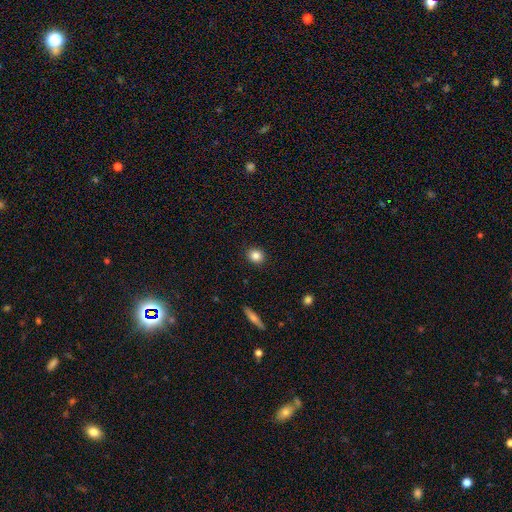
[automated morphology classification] The model was most divided on "how rounded": round: 80%, in between: 19%, cigar-shaped: 1%. More confident: merging — none (91%); smooth or featured — smooth (85%).